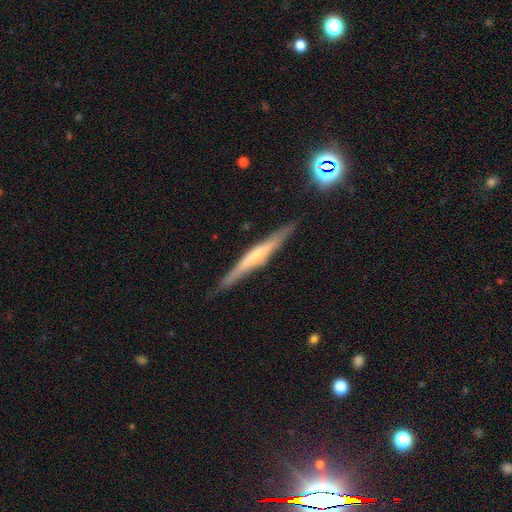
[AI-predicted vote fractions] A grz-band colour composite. It shows a featured or disk galaxy (61%) viewed edge-on (96%) with a rounded central bulge (45%). Merging: none (86%).